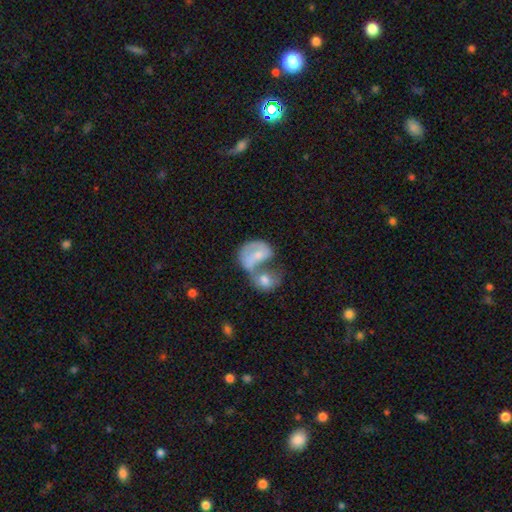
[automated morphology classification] A smooth galaxy with no disk features (47%).

Vote fractions:
- Smooth or featured? smooth: 47% / featured or disk: 46% / star or artifact: 7%
- Merging? merger: 74% / major disturbance: 10% / none: 10% / minor disturbance: 6%